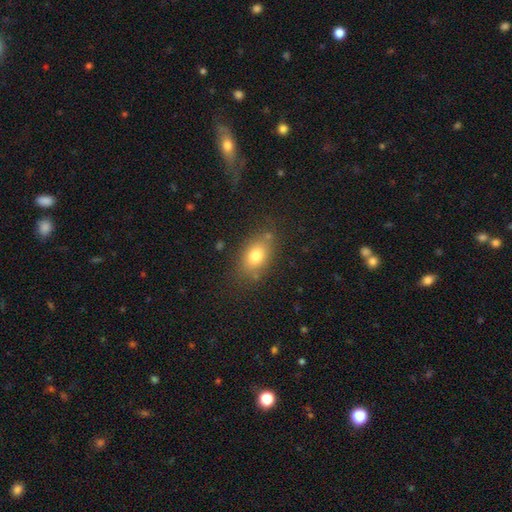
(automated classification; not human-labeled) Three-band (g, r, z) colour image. It shows a smooth galaxy with no disk features (78%) that is in between round and cigar-shaped (79%). Merging: none (77%).